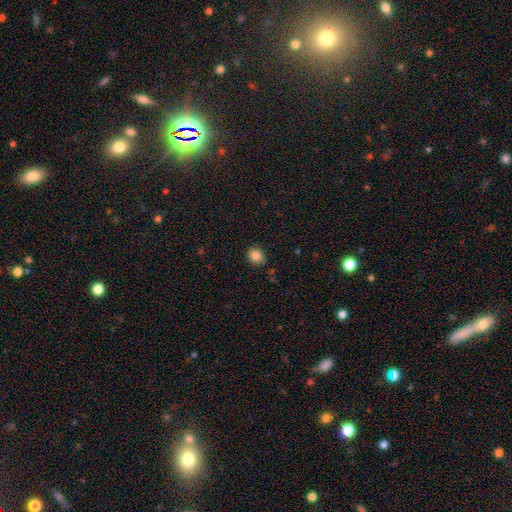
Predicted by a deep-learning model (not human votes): Q: Smooth or featured?
A: smooth (85%); runner-up: star or artifact (10%)
Q: How rounded?
A: round (67%); runner-up: in between (32%)
Q: Merging?
A: none (83%); runner-up: minor disturbance (12%)